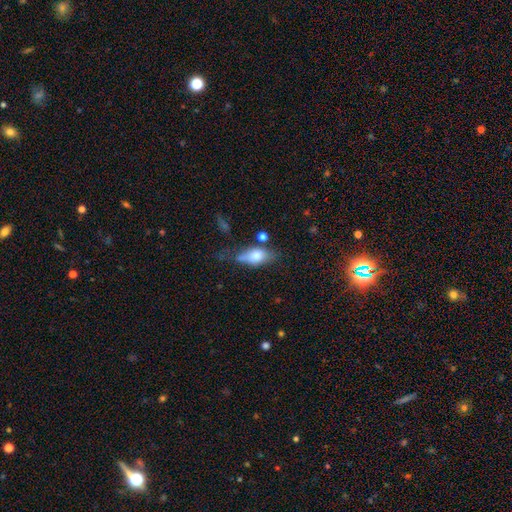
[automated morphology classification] smooth_or_featured: smooth (p=0.71) [alt: featured or disk p=0.21]
how_rounded: in between (p=0.82) [alt: cigar-shaped p=0.12]
merging: none (p=0.44) [alt: minor disturbance p=0.30]